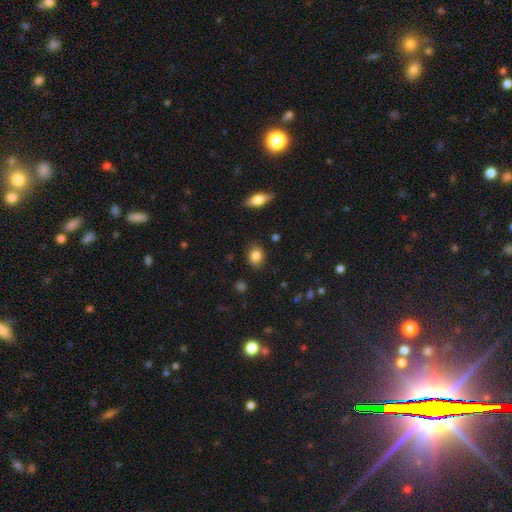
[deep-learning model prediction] smooth_or_featured: smooth (p=0.85) [alt: star or artifact p=0.09]
how_rounded: in between (p=0.55) [alt: round p=0.43]
merging: none (p=0.85) [alt: minor disturbance p=0.11]